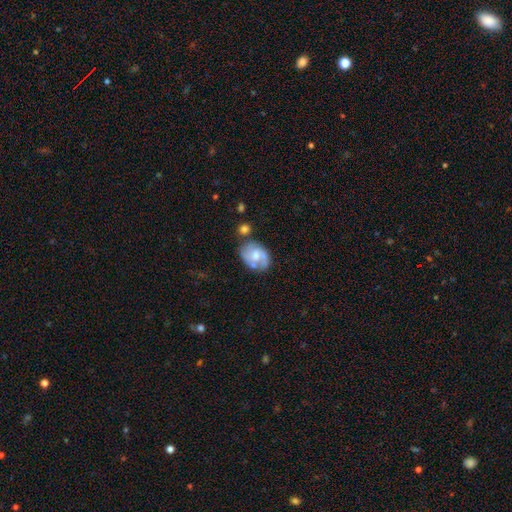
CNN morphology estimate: Smooth or featured?
  - featured or disk: 61% *
  - smooth: 32%
  - star or artifact: 7%
Edge-on disk?
  - no: 97% *
  - yes: 3%
Bar?
  - no: 61% *
  - weak: 34%
  - strong: 5%
Spiral arms?
  - yes: 79% *
  - no: 21%
Bulge size?
  - moderate: 57% *
  - small: 30%
  - large: 6%
  - none: 5%
  - dominant: 1%
Merging?
  - none: 52% *
  - minor disturbance: 24%
  - merger: 14%
  - major disturbance: 10%